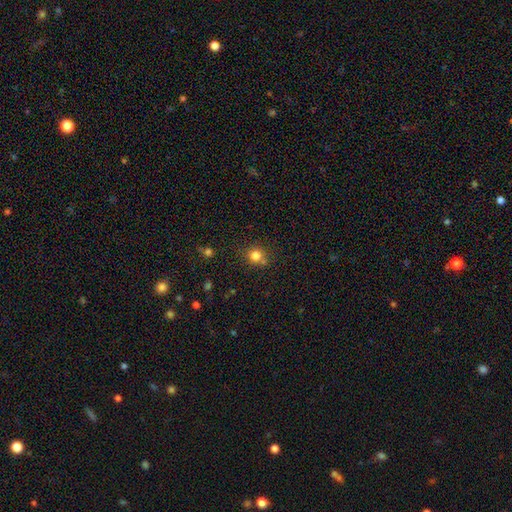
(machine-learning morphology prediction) Overall: smooth (80%). How rounded: round (88%). Merging: none (75%).